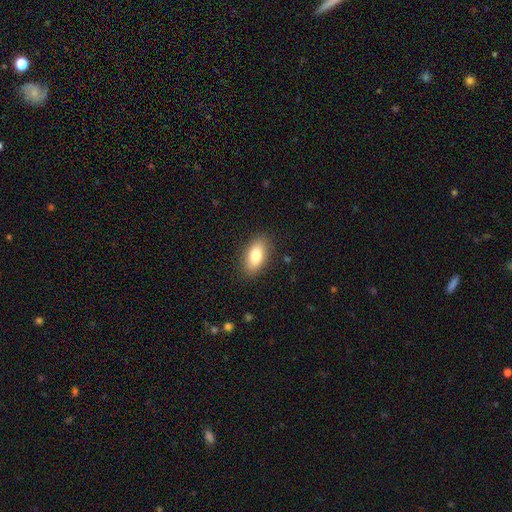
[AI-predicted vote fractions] A smooth galaxy with no disk features (81%) that is in between round and cigar-shaped (89%).

Vote fractions:
- Smooth or featured? smooth: 81% / featured or disk: 12% / star or artifact: 7%
- How rounded? in between: 89% / cigar-shaped: 7% / round: 4%
- Merging? none: 86% / minor disturbance: 10% / major disturbance: 3% / merger: 1%